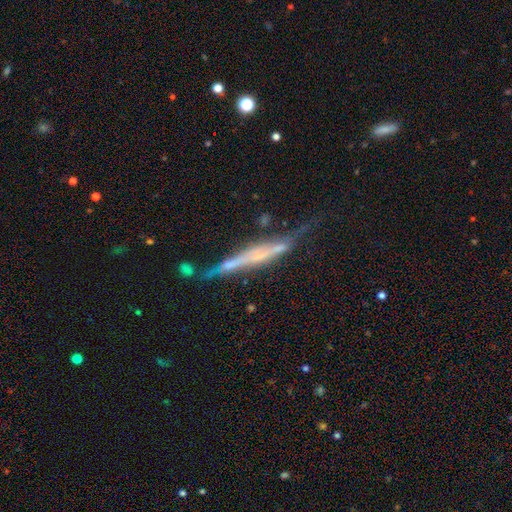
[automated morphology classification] smooth-or-featured: featured or disk: 72% | smooth: 20% | star or artifact: 9%
  disk-edge-on: yes: 91% | no: 9%
    edge-on-bulge: none: 45% | rounded: 35% | boxy: 20%
  merging: none: 52% | minor disturbance: 26% | major disturbance: 12% | merger: 10%